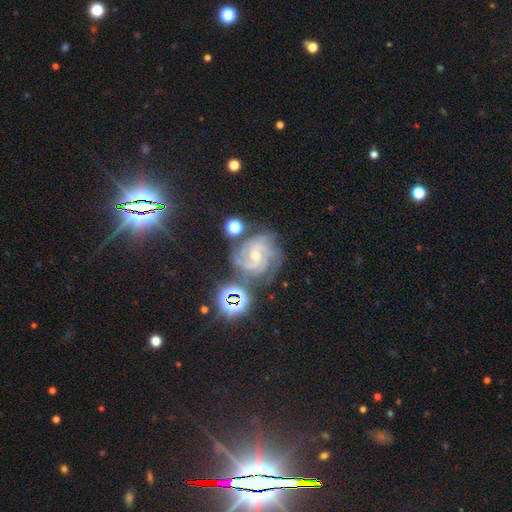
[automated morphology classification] Smooth or featured? Predicted: featured or disk (p=0.84). Edge-on disk? Predicted: no (p=0.98). Bar? Predicted: no (p=0.55). Spiral arms? Predicted: yes (p=0.98). Spiral winding? Predicted: tight (p=0.57). Spiral arm count? Predicted: 3 (p=0.38). Bulge size? Predicted: small (p=0.65). Merging? Predicted: none (p=0.67).